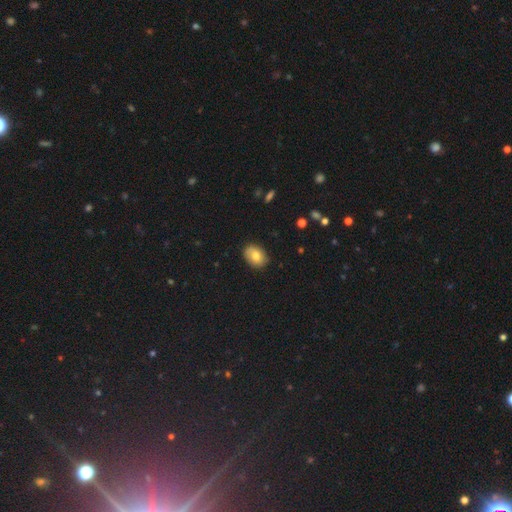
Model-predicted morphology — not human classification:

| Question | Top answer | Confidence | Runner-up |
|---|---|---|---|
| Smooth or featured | smooth | 76% | featured or disk (15%) |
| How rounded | in between | 72% | round (27%) |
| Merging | none | 84% | minor disturbance (12%) |